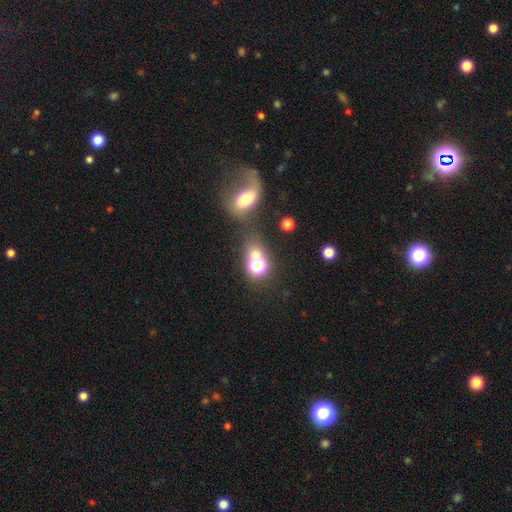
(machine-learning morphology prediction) smooth_or_featured: smooth (p=0.57) [alt: star or artifact p=0.31]
how_rounded: round (p=0.67) [alt: in between p=0.31]
merging: none (p=0.52) [alt: merger p=0.31]